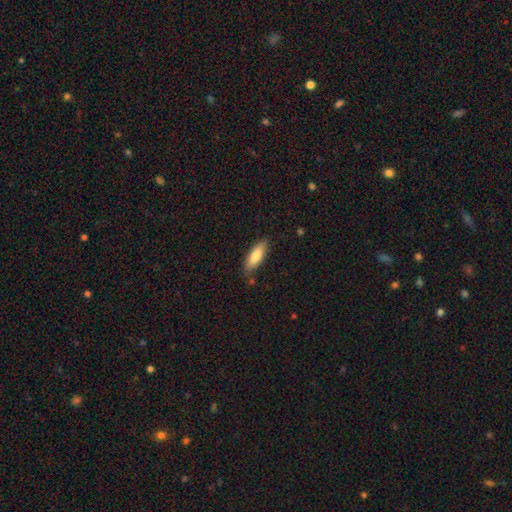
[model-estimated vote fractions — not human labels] smooth_or_featured: smooth (p=0.81) [alt: featured or disk p=0.13]
how_rounded: in between (p=0.59) [alt: cigar-shaped p=0.40]
merging: none (p=0.81) [alt: minor disturbance p=0.14]